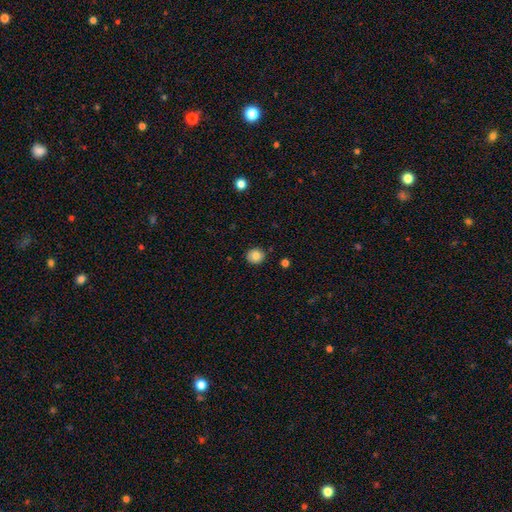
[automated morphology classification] Overall: smooth (80%). How rounded: round (84%). Merging: none (88%).